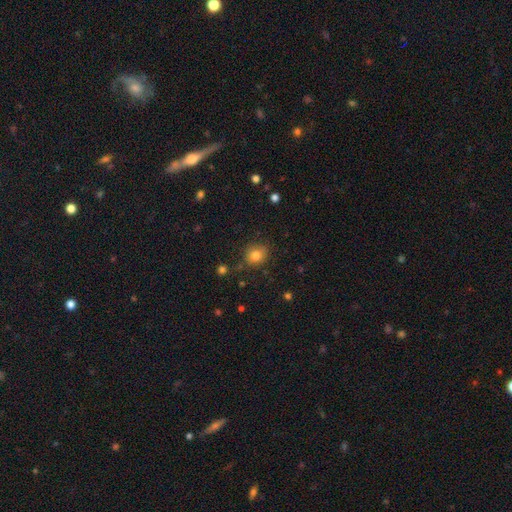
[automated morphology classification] Smooth or featured? smooth (80%)
How rounded? round (74%)
Merging? none (80%)